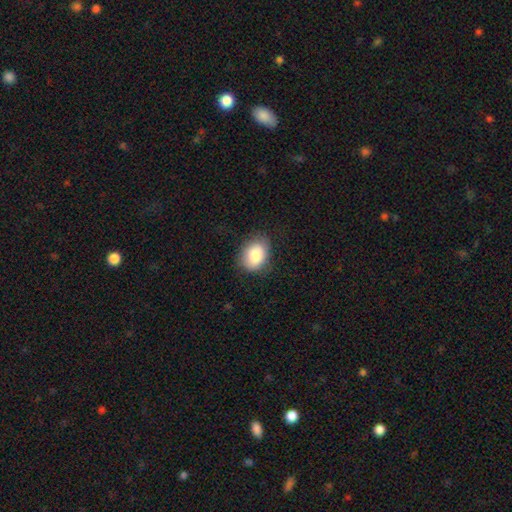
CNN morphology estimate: Smooth or featured?
  - smooth: 85% *
  - star or artifact: 7%
  - featured or disk: 7%
How rounded?
  - in between: 70% *
  - round: 29%
  - cigar-shaped: 1%
Merging?
  - none: 77% *
  - minor disturbance: 18%
  - major disturbance: 5%
  - merger: 1%